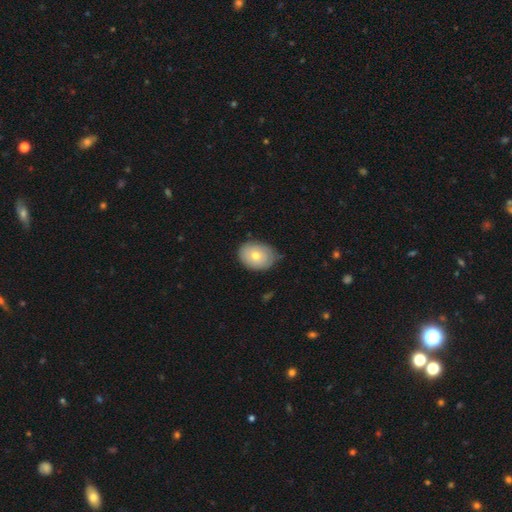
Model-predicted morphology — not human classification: Smooth or featured?
  - smooth: 69% *
  - featured or disk: 23%
  - star or artifact: 7%
How rounded?
  - in between: 72% *
  - round: 27%
  - cigar-shaped: 1%
Merging?
  - none: 71% *
  - minor disturbance: 24%
  - major disturbance: 4%
  - merger: 1%